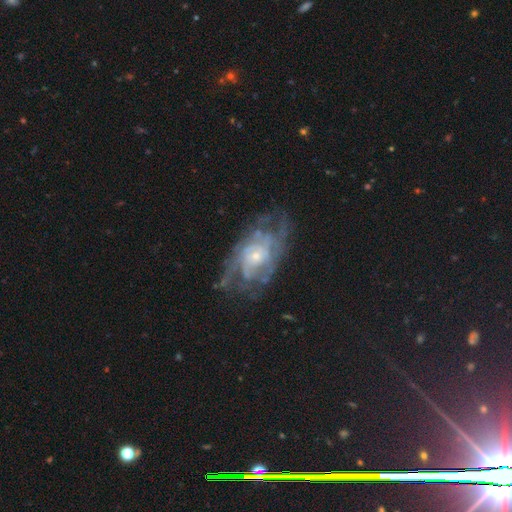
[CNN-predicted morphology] Overall: featured or disk (81%). Edge-on disk: no (95%). Bar: no (74%). Spiral arms: yes (83%). Spiral arm count: can't tell (50%; 2 17%). Spiral winding: tight (50%; medium 36%). Bulge size: small (65%; moderate 29%). Merging: none (62%).